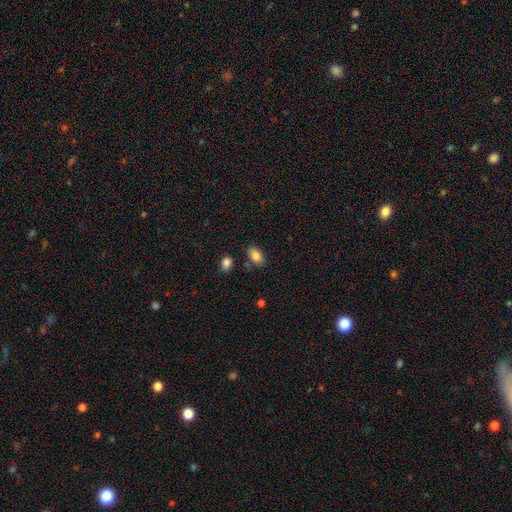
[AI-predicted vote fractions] Smooth or featured: smooth — 85% (star or artifact — 8%)
How rounded: in between — 89% (round — 9%)
Merging: none — 75% (minor disturbance — 15%)